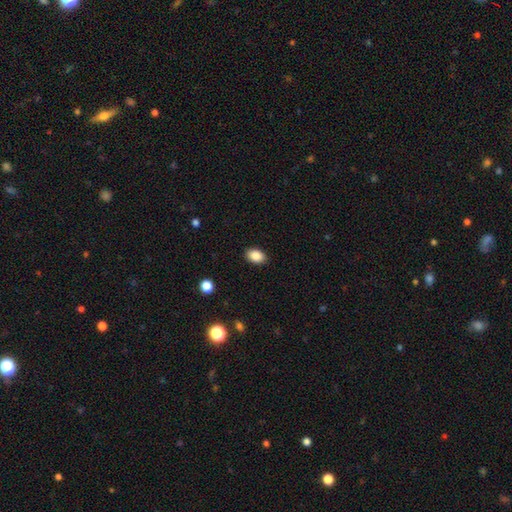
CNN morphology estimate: smooth 87%, star or artifact 8%, featured or disk 5%. Down the decision tree: how rounded — in between (84%); merging — none (89%).